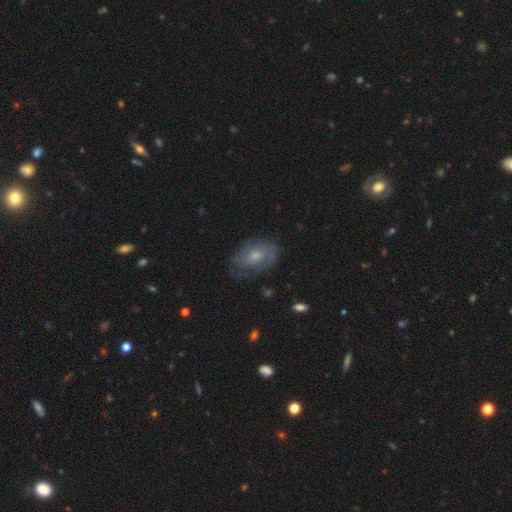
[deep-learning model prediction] A featured or disk galaxy (61%) with no bar (70%), spiral arms (79%) and a moderate central bulge (50%). Merging: none (64%).